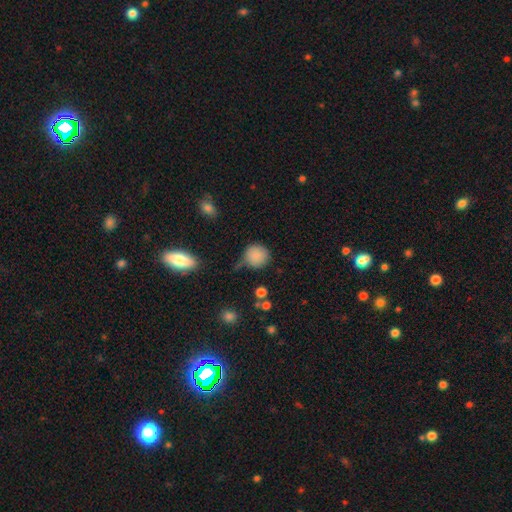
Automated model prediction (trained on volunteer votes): Morphology: type=smooth (84%); roundness=round (91%); merging=none (67%).